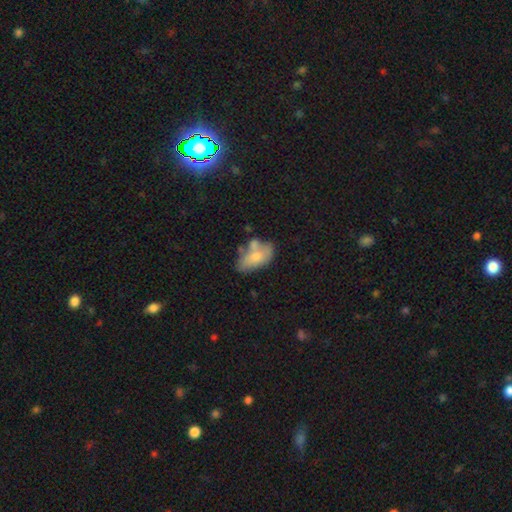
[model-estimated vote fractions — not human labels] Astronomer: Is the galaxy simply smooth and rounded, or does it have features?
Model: smooth — 65%.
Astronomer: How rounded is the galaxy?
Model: in between — 91%.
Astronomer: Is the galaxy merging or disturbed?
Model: none — 39% (runner-up: merger, 25%).